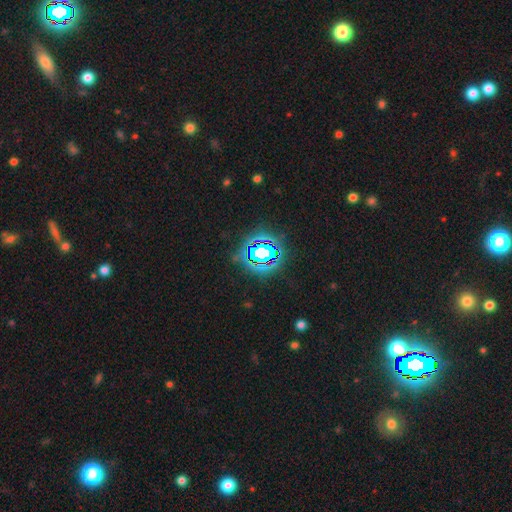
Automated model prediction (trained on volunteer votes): A star or artifact, not a galaxy (78%).